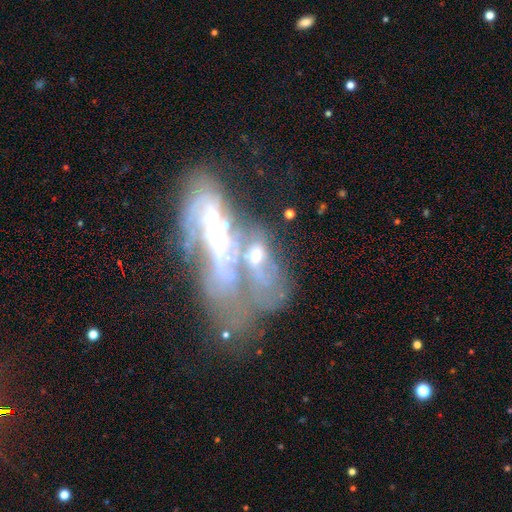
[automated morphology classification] Overall: featured or disk (58%; smooth 22%). Edge-on disk: no (78%). Merging: merger (55%; major disturbance 23%).